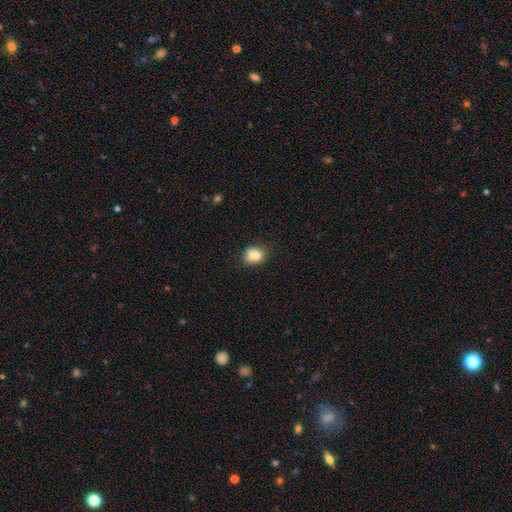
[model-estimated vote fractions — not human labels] Smooth or featured?
  - smooth: 77% *
  - featured or disk: 12%
  - star or artifact: 10%
How rounded?
  - round: 60% *
  - in between: 39%
  - cigar-shaped: 1%
Merging?
  - none: 61% *
  - minor disturbance: 24%
  - merger: 10%
  - major disturbance: 6%